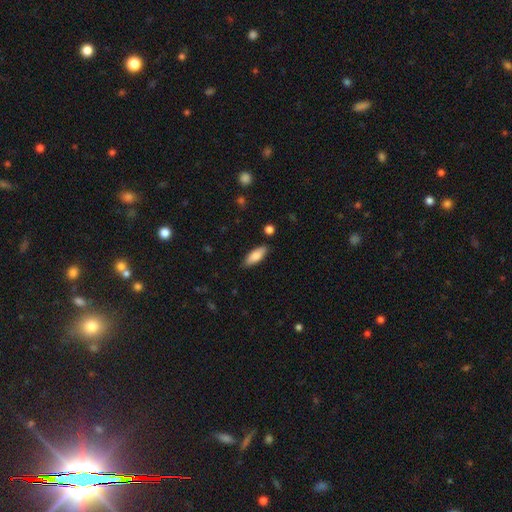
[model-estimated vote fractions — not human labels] Overall: smooth (80%). How rounded: in between (73%). Merging: none (85%).